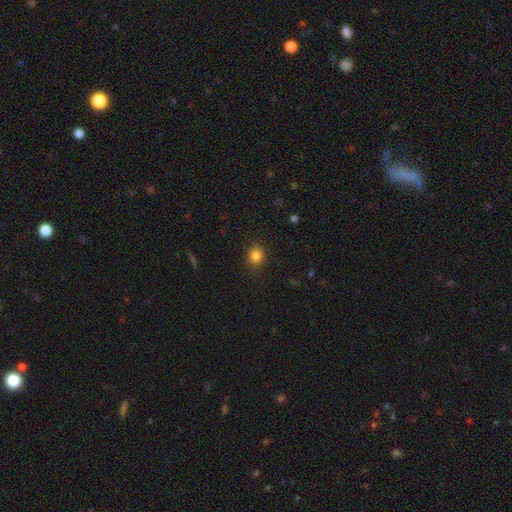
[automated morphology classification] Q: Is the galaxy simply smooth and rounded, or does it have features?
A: smooth — 83%.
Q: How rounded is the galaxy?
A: round — 73%.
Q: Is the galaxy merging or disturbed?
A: none — 86%.